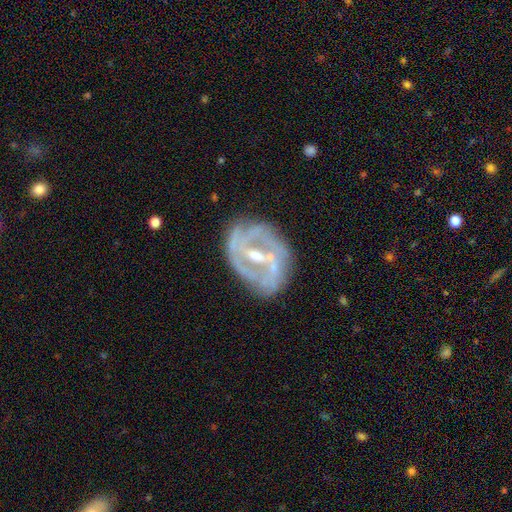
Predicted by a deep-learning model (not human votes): Q: Smooth or featured?
A: featured or disk (83%); runner-up: smooth (10%)
Q: Edge-on disk?
A: no (96%); runner-up: yes (4%)
Q: Bar?
A: strong (42%); runner-up: weak (38%)
Q: Spiral arms?
A: yes (75%); runner-up: no (25%)
Q: Spiral winding?
A: tight (48%); runner-up: medium (36%)
Q: Spiral arm count?
A: 2 (44%); runner-up: can't tell (29%)
Q: Bulge size?
A: moderate (55%); runner-up: small (38%)
Q: Merging?
A: none (64%); runner-up: minor disturbance (21%)